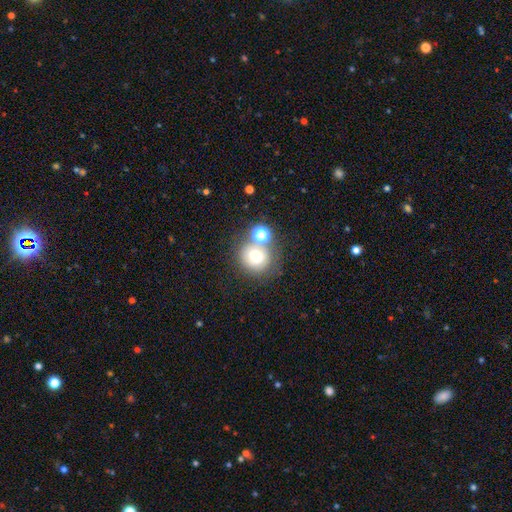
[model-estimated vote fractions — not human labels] Q: Smooth or featured?
A: smooth (65%); runner-up: featured or disk (19%)
Q: How rounded?
A: round (82%); runner-up: in between (17%)
Q: Merging?
A: none (55%); runner-up: merger (26%)